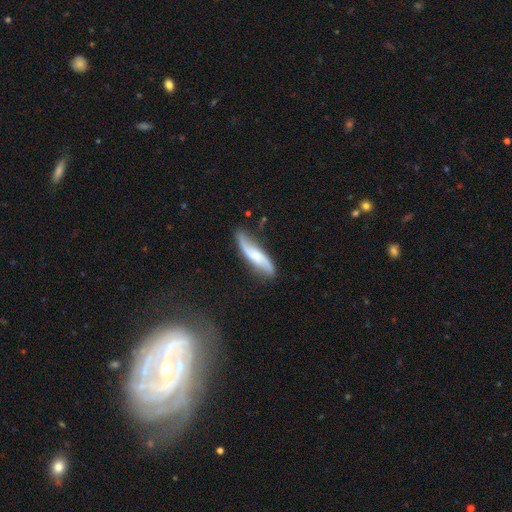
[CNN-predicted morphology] Q: Smooth or featured?
A: featured or disk (60%); runner-up: smooth (34%)
Q: Edge-on disk?
A: no (69%); runner-up: yes (31%)
Q: Merging?
A: none (67%); runner-up: minor disturbance (23%)